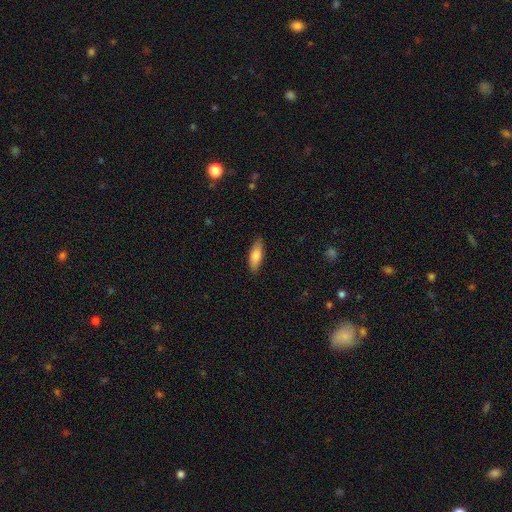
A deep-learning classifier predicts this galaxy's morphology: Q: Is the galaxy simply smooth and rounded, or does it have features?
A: smooth — 79%.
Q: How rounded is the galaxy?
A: in between — 63%.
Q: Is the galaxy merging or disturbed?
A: none — 86%.